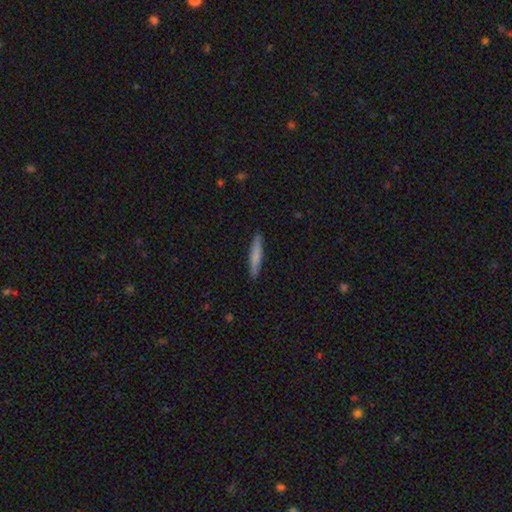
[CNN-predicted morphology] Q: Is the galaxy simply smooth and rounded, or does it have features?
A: smooth — 75%.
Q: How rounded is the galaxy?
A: cigar-shaped — 93%.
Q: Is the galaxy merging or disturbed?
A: none — 90%.